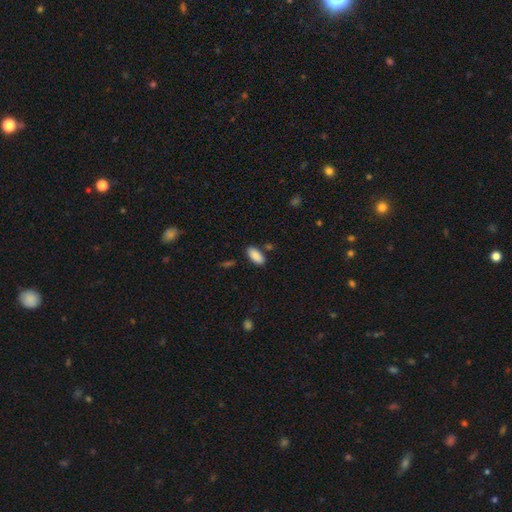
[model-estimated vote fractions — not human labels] This appears to be a smooth galaxy with no disk features (90%) that is in between round and cigar-shaped (90%). Merging: none (82%).